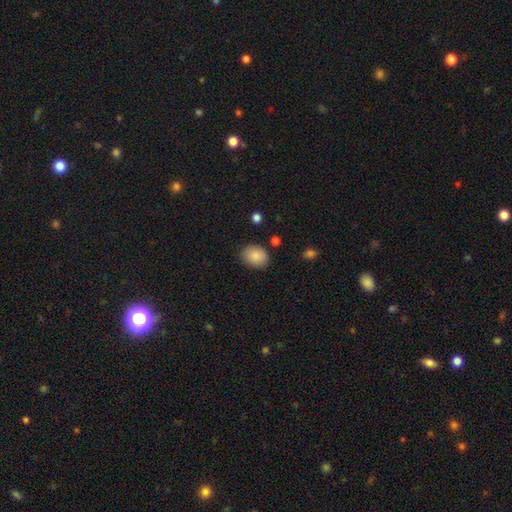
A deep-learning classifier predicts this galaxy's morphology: Smooth or featured? Predicted: smooth (p=0.86). How rounded? Predicted: in between (p=0.54). Merging? Predicted: none (p=0.82).